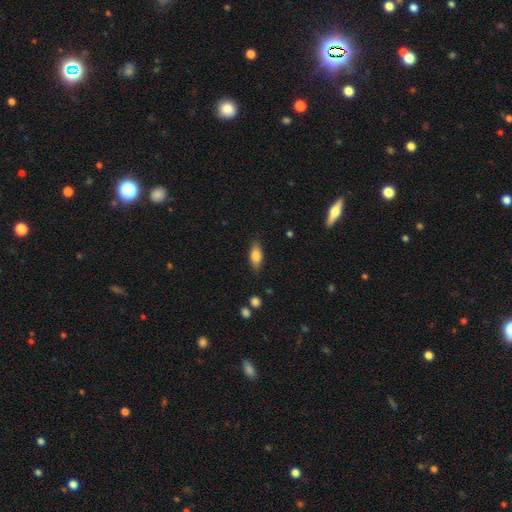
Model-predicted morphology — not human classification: A smooth galaxy with no disk features (79%) that is in between round and cigar-shaped (83%).

Vote fractions:
- Smooth or featured? smooth: 79% / featured or disk: 14% / star or artifact: 7%
- How rounded? in between: 83% / cigar-shaped: 13% / round: 4%
- Merging? none: 83% / minor disturbance: 12% / major disturbance: 3% / merger: 1%